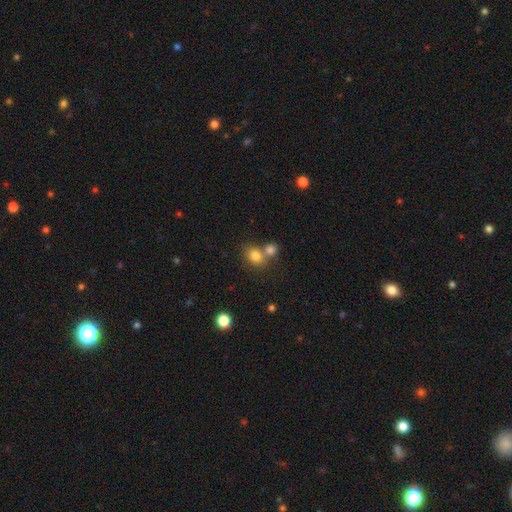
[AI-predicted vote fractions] smooth 81%, star or artifact 11%, featured or disk 8%. Down the decision tree: how rounded — in between (50%); merging — merger (45%).